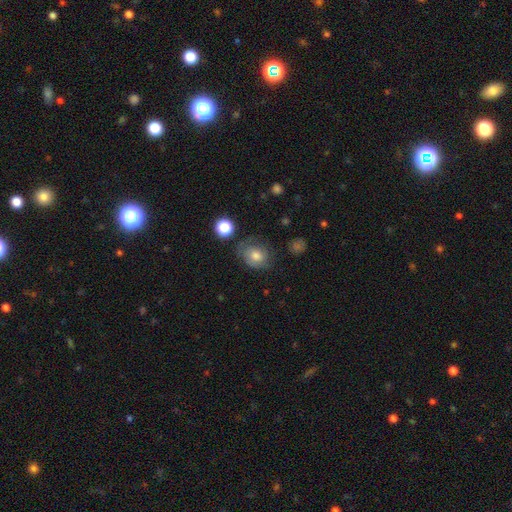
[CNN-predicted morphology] Q: Smooth or featured?
A: smooth (64%); runner-up: featured or disk (25%)
Q: How rounded?
A: round (62%); runner-up: in between (37%)
Q: Merging?
A: none (65%); runner-up: minor disturbance (23%)